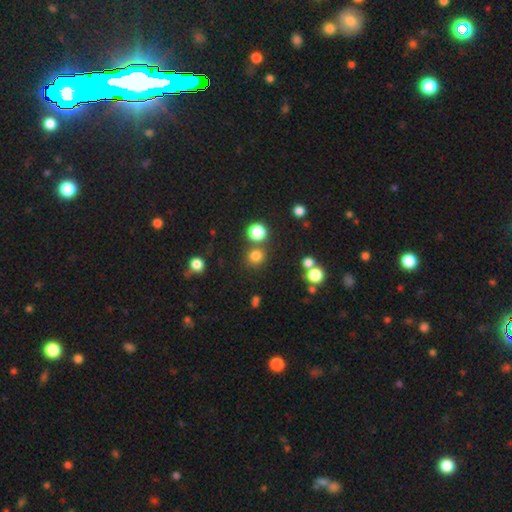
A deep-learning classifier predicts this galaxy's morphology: This is likely a smooth galaxy (77%). How rounded: clearly round (89%). Merging: likely none (75%).